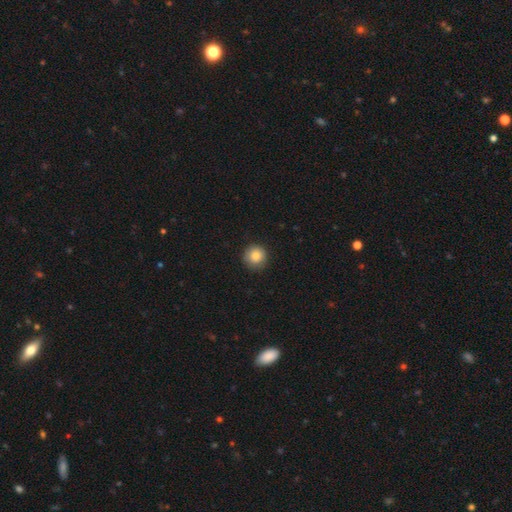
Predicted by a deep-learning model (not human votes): Overall: smooth (85%). How rounded: round (94%). Merging: none (88%).